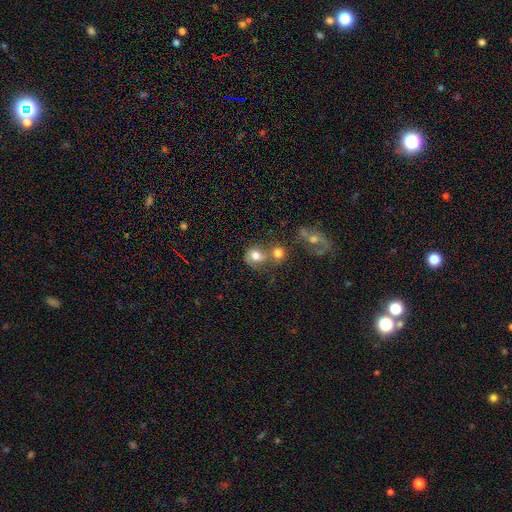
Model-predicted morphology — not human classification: A smooth galaxy with no disk features (70%) that is round (59%). Merging: merger (46%).